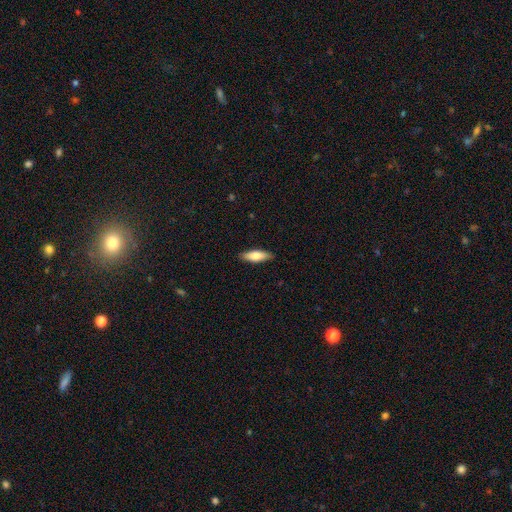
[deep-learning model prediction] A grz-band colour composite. It shows a smooth galaxy with no disk features (76%) that is in between round and cigar-shaped (57%). Merging: none (88%).